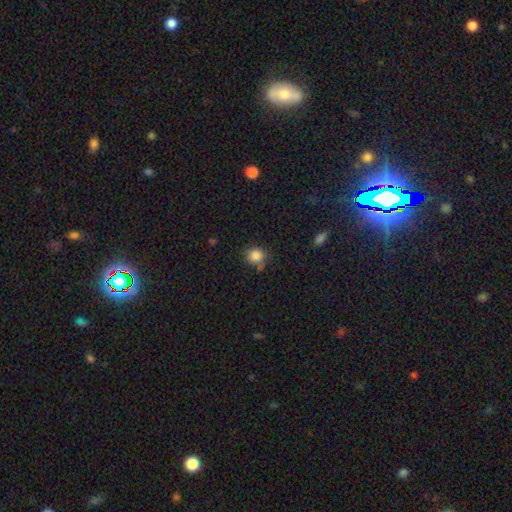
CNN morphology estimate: This appears to be a smooth galaxy with no disk features (84%) that is round (87%). Merging: none (70%).